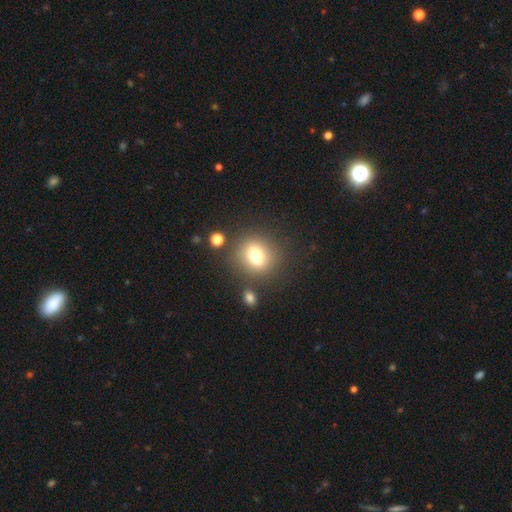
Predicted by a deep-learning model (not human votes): A smooth galaxy with no disk features (73%) that is round (67%).

Vote fractions:
- Smooth or featured? smooth: 73% / featured or disk: 14% / star or artifact: 12%
- How rounded? round: 67% / in between: 32% / cigar-shaped: 1%
- Merging? none: 79% / minor disturbance: 10% / merger: 6% / major disturbance: 4%